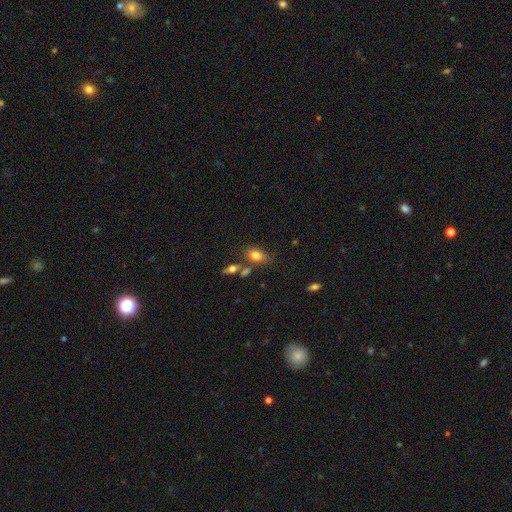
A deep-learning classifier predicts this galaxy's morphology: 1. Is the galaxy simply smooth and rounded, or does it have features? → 79% smooth, 12% featured or disk, 9% star or artifact.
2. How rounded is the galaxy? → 84% in between, 13% round, 3% cigar-shaped.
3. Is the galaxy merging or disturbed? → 63% none, 17% merger, 15% minor disturbance, 5% major disturbance.